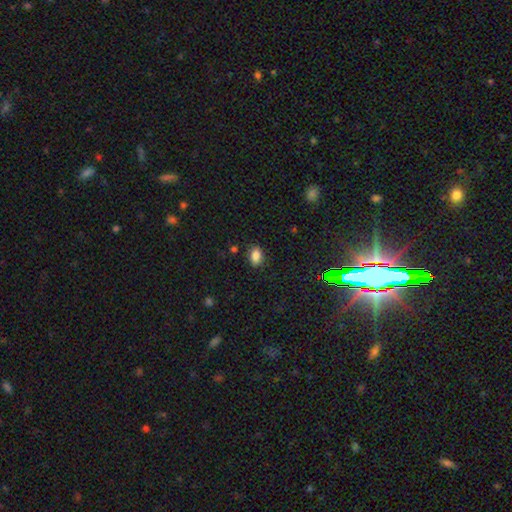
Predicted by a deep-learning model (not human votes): Smooth or featured? Predicted: smooth (p=0.83). How rounded? Predicted: in between (p=0.81). Merging? Predicted: none (p=0.84).